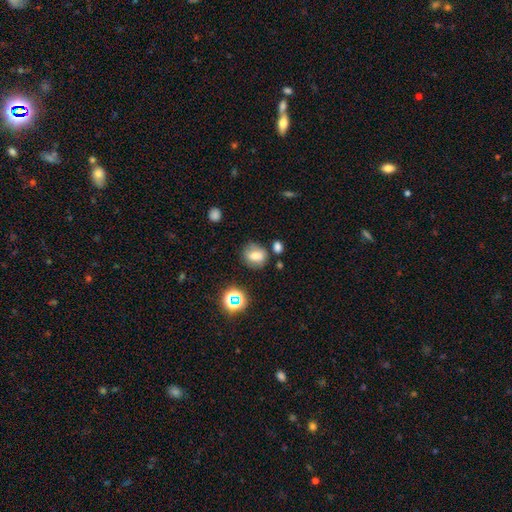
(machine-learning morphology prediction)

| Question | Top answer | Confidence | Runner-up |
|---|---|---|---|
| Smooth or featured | smooth | 69% | featured or disk (16%) |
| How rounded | round | 65% | in between (34%) |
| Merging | none | 72% | minor disturbance (15%) |